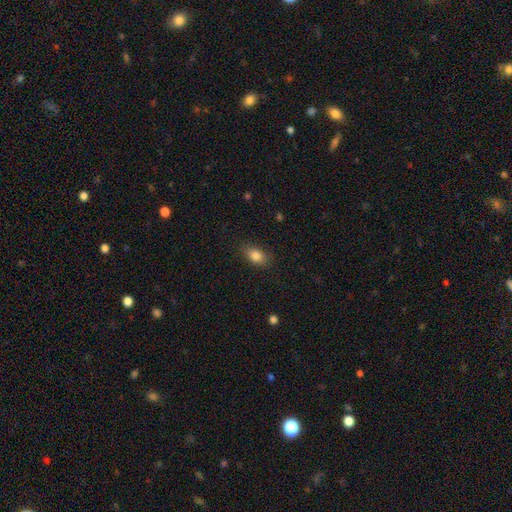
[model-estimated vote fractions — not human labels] Smooth or featured?
  - smooth: 84% *
  - star or artifact: 9%
  - featured or disk: 7%
How rounded?
  - in between: 82% *
  - round: 15%
  - cigar-shaped: 3%
Merging?
  - none: 82% *
  - minor disturbance: 14%
  - major disturbance: 4%
  - merger: 1%